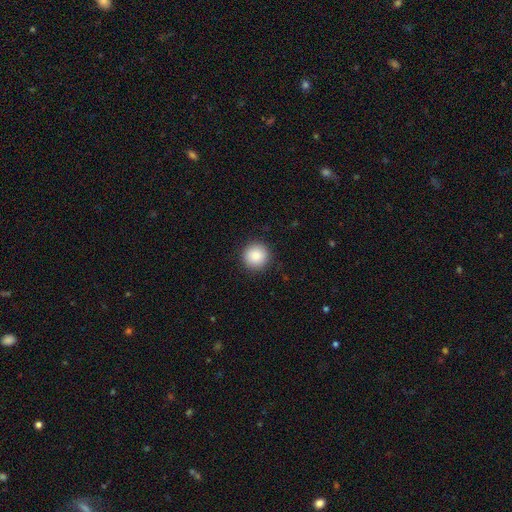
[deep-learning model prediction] Overall: smooth (87%). How rounded: round (95%). Merging: none (92%).